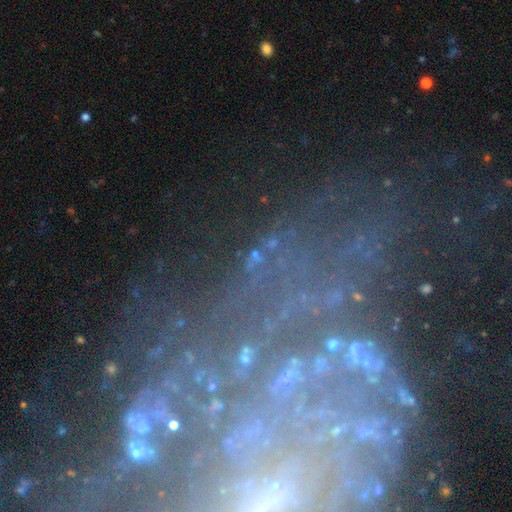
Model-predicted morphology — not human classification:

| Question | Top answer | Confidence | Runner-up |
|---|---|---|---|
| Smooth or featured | star or artifact | 63% | featured or disk (19%) |